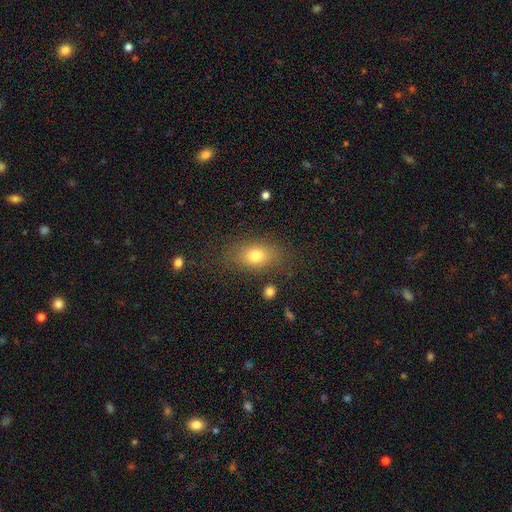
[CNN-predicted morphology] Q: Smooth or featured?
A: smooth (76%); runner-up: featured or disk (12%)
Q: How rounded?
A: in between (76%); runner-up: round (21%)
Q: Merging?
A: none (77%); runner-up: minor disturbance (14%)